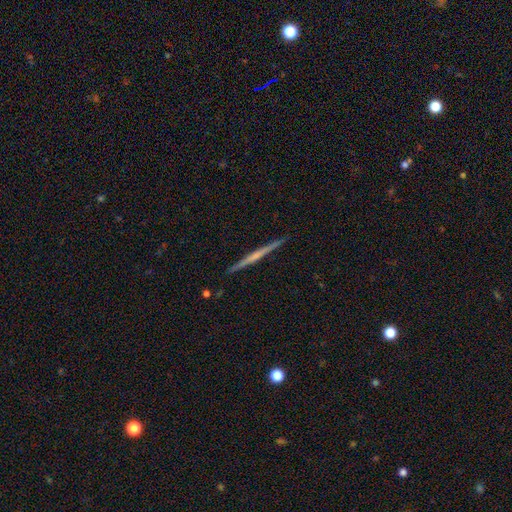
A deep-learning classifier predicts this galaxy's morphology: smooth-or-featured: featured or disk: 69% | smooth: 26% | star or artifact: 6%
  disk-edge-on: yes: 98% | no: 2%
    edge-on-bulge: none: 60% | rounded: 32% | boxy: 8%
  merging: none: 92% | minor disturbance: 5% | major disturbance: 1% | merger: 1%